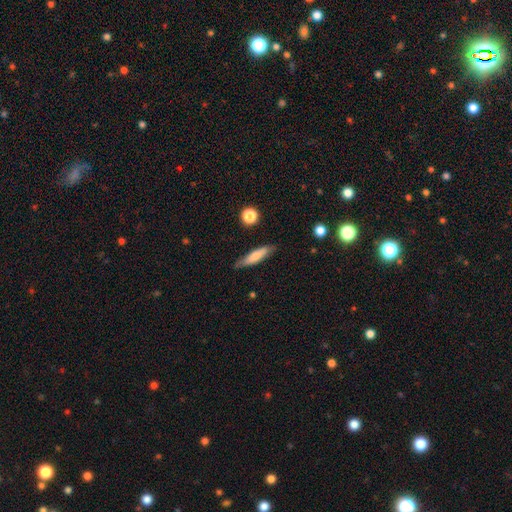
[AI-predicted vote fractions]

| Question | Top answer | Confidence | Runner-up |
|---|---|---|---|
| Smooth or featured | smooth | 68% | featured or disk (25%) |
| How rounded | cigar-shaped | 79% | in between (19%) |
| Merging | none | 82% | minor disturbance (14%) |